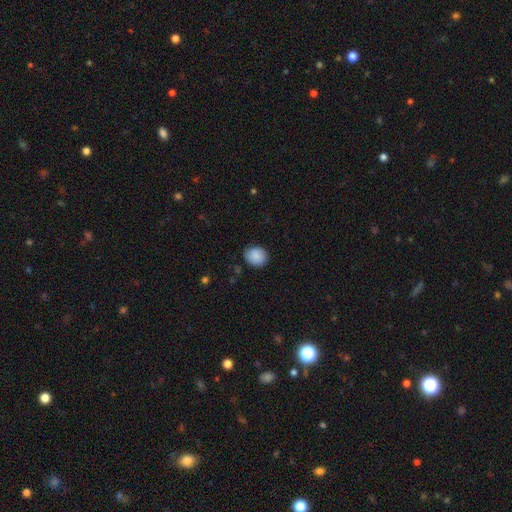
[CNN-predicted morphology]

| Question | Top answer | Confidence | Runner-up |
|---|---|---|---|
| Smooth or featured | smooth | 88% | star or artifact (8%) |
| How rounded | round | 71% | in between (29%) |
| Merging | none | 83% | minor disturbance (13%) |